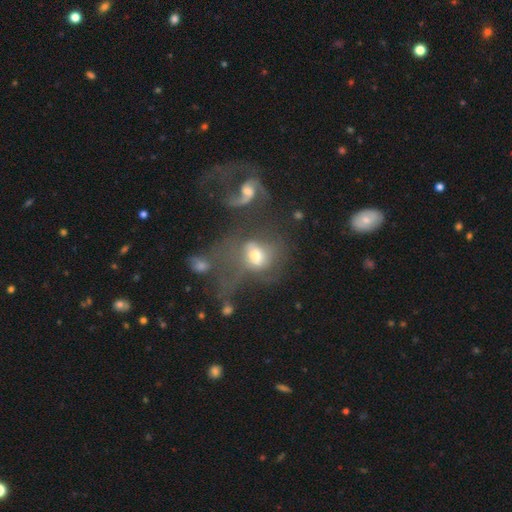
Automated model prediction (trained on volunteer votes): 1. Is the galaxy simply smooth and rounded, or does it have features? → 46% featured or disk, 41% smooth, 13% star or artifact.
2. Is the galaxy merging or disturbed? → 35% merger, 29% major disturbance, 23% none, 12% minor disturbance.